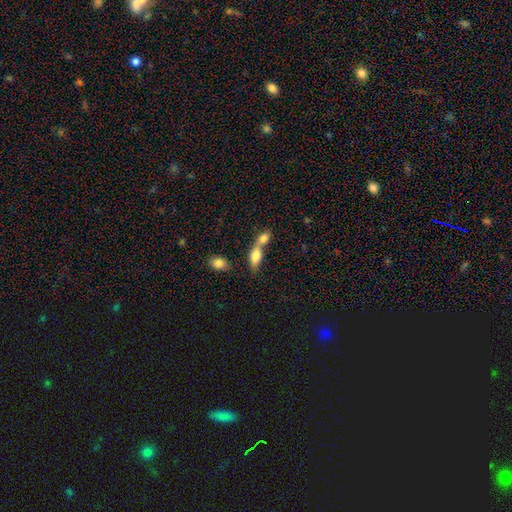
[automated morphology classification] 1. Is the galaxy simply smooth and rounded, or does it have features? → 76% smooth, 15% featured or disk, 8% star or artifact.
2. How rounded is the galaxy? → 78% in between, 13% cigar-shaped, 9% round.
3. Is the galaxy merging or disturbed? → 69% merger, 21% none, 6% minor disturbance, 4% major disturbance.